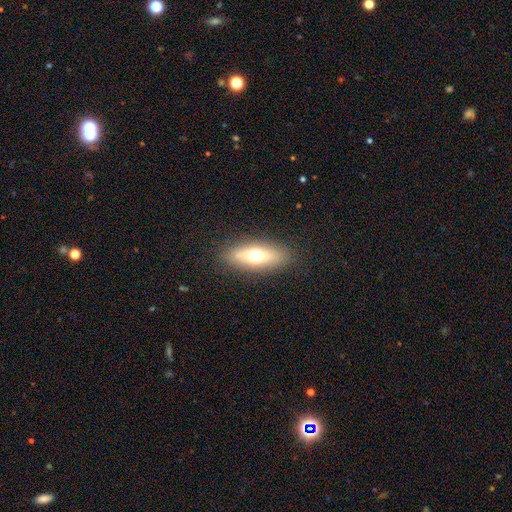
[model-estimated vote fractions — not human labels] A smooth galaxy with no disk features (60%) that is in between round and cigar-shaped (62%). Merging: none (87%).